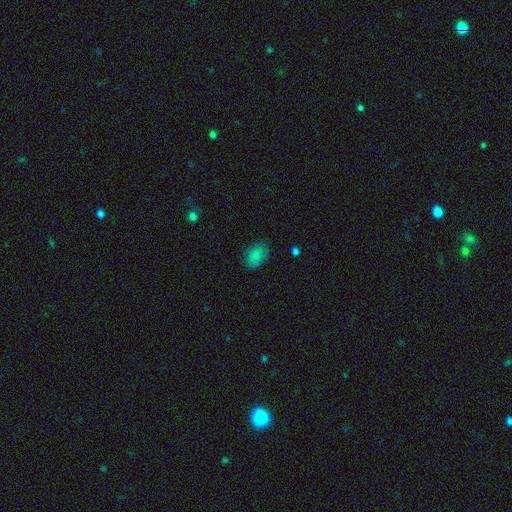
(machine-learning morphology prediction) The model was most divided on "merging": none: 78%, minor disturbance: 17%, major disturbance: 4%, merger: 1%. More confident: smooth or featured — smooth (83%); how rounded — in between (83%).